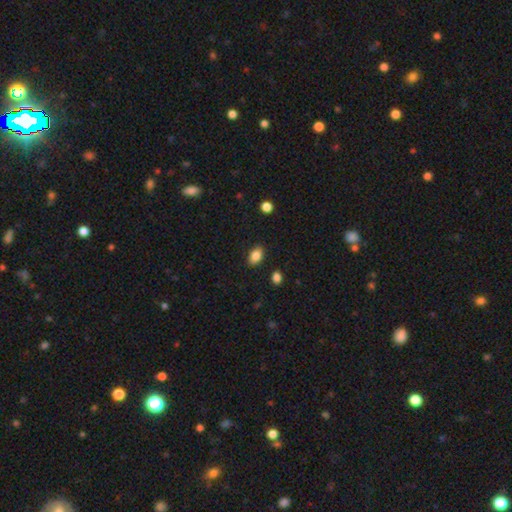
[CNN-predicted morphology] Smooth or featured: smooth — 87% (star or artifact — 9%)
How rounded: in between — 82% (round — 17%)
Merging: none — 87% (minor disturbance — 9%)